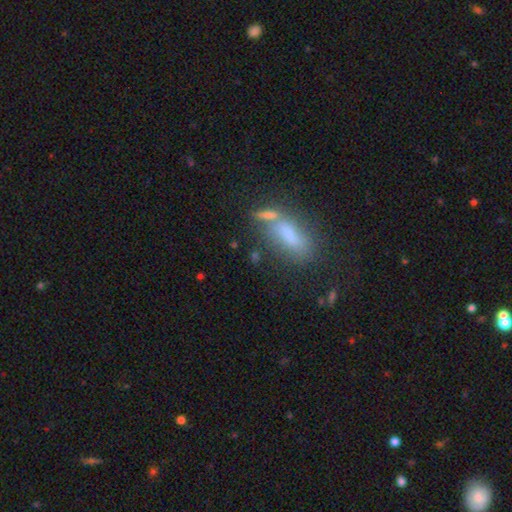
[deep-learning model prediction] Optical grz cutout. It shows a smooth galaxy with no disk features (59%) that is in between round and cigar-shaped (61%). Merging: none (45%).